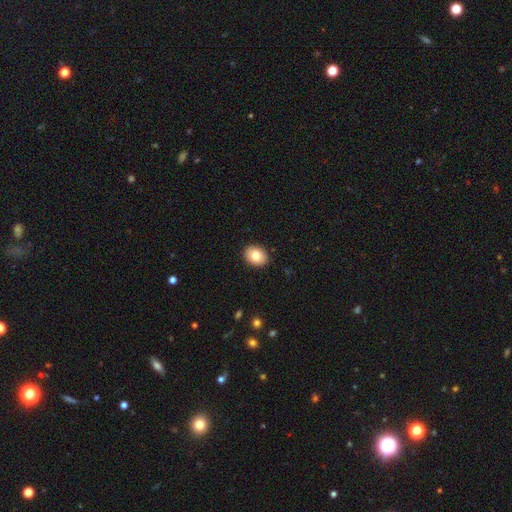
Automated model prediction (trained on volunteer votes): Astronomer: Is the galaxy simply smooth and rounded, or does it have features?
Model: smooth — 80%.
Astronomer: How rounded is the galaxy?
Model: in between — 53% (runner-up: round, 46%).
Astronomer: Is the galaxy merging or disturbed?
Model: none — 91%.